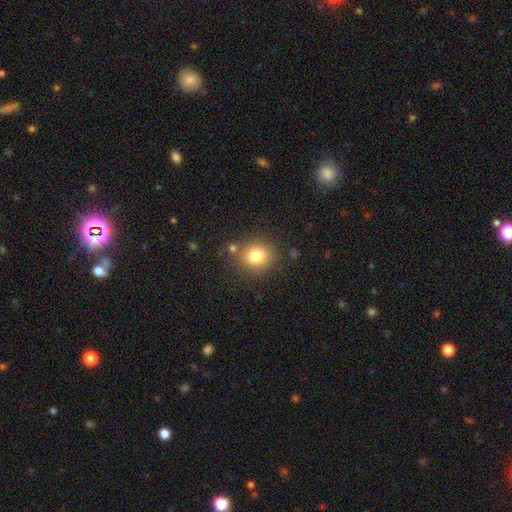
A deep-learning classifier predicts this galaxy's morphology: smooth_or_featured: smooth (p=0.79) [alt: star or artifact p=0.13]
how_rounded: round (p=0.81) [alt: in between p=0.18]
merging: none (p=0.81) [alt: minor disturbance p=0.10]